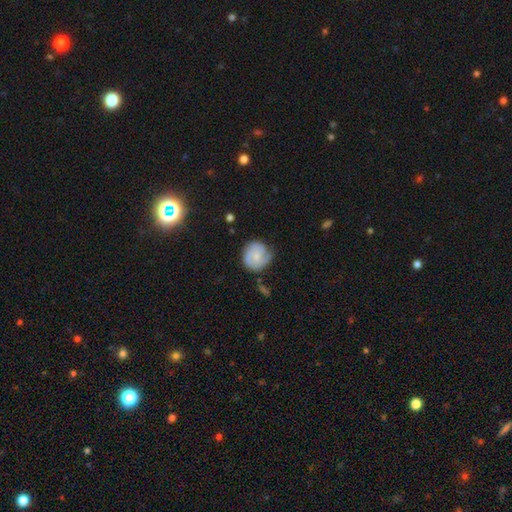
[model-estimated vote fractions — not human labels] Q: Smooth or featured?
A: featured or disk (55%); runner-up: smooth (39%)
Q: Edge-on disk?
A: no (98%); runner-up: yes (2%)
Q: Bar?
A: no (68%); runner-up: weak (28%)
Q: Spiral arms?
A: yes (86%); runner-up: no (14%)
Q: Bulge size?
A: small (60%); runner-up: moderate (28%)
Q: Merging?
A: none (64%); runner-up: minor disturbance (26%)